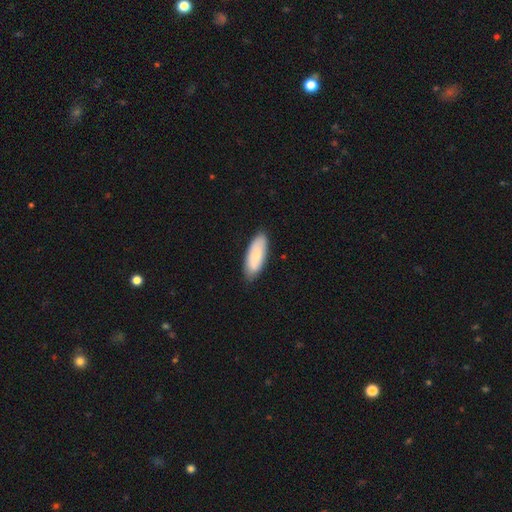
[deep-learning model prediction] Smooth or featured? smooth (78%)
How rounded? in between (73%)
Merging? none (84%)